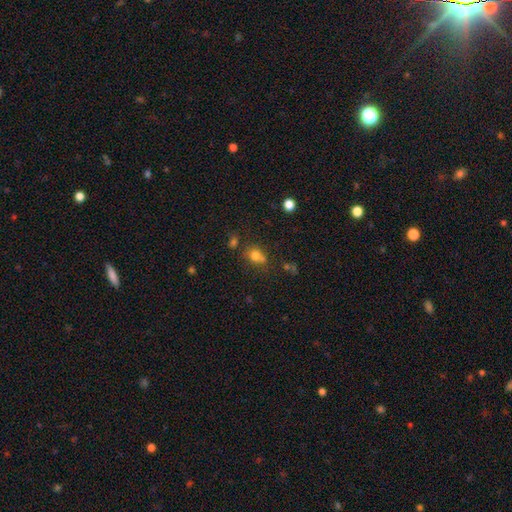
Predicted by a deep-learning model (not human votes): Smooth or featured?
  - smooth: 74% *
  - star or artifact: 16%
  - featured or disk: 10%
How rounded?
  - round: 67% *
  - in between: 32%
  - cigar-shaped: 1%
Merging?
  - none: 52% *
  - merger: 26%
  - minor disturbance: 16%
  - major disturbance: 6%